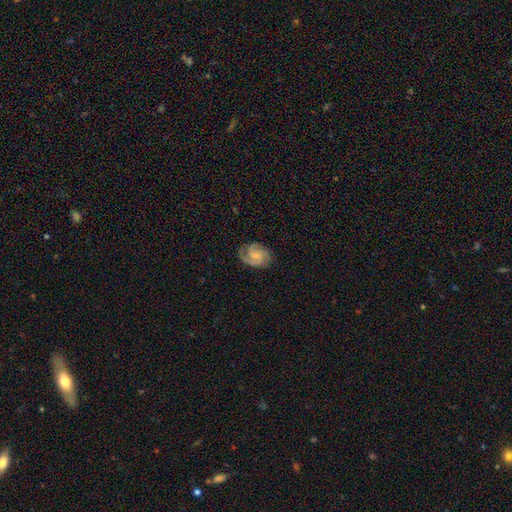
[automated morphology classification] featured or disk 80%, smooth 14%, star or artifact 6%. Down the decision tree: edge-on disk — no (98%); bar — no (63%); spiral arms — yes (97%); spiral arm count — 3 (45%); spiral winding — tight (48%); bulge size — small (53%); merging — none (74%).